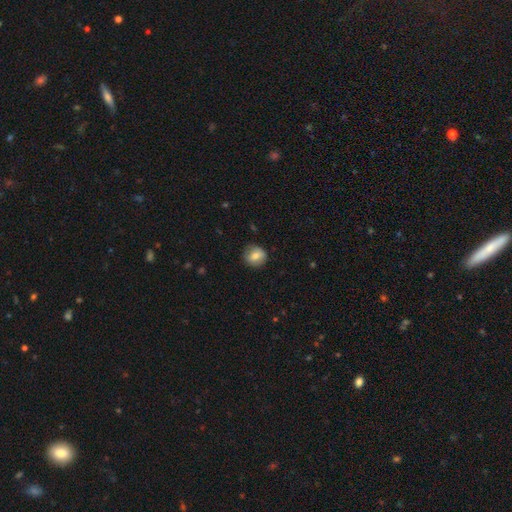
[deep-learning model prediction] The model was most divided on "smooth or featured": smooth: 72%, featured or disk: 19%, star or artifact: 8%. More confident: merging — none (84%); how rounded — round (83%).